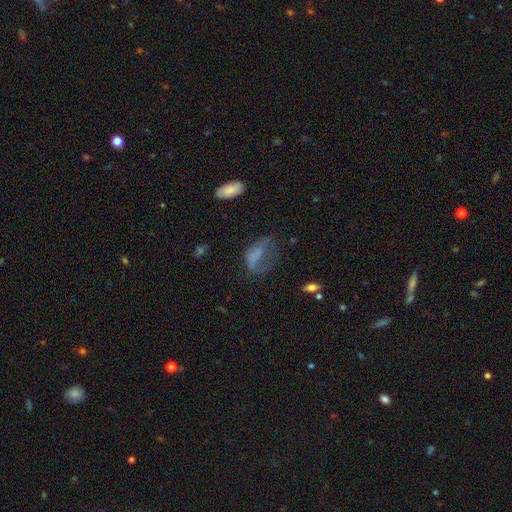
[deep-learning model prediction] This is possibly a smooth galaxy (55%). How rounded: clearly in between (81%). Merging: possibly major disturbance (48%).